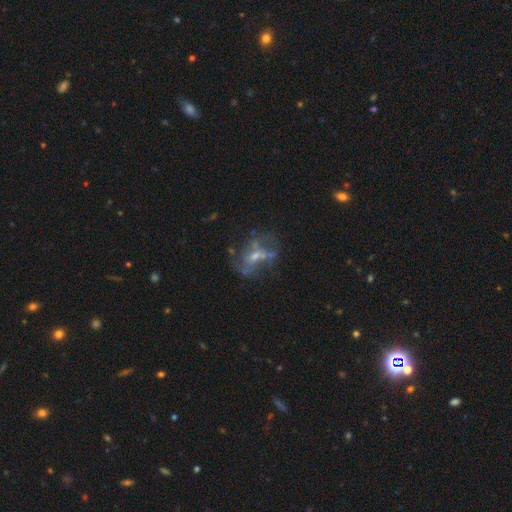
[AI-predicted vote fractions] A featured or disk galaxy (66%) with no bar (62%), no spiral arms (60%) and a small central bulge (50%).

Vote fractions:
- Smooth or featured? featured or disk: 66% / smooth: 19% / star or artifact: 14%
- Edge-on disk? no: 96% / yes: 4%
- Bar? no: 62% / weak: 30% / strong: 8%
- Spiral arms? no: 60% / yes: 40%
- Bulge size? small: 50% / moderate: 34% / none: 13% / large: 3% / dominant: 1%
- Merging? none: 46% / major disturbance: 28% / minor disturbance: 18% / merger: 8%